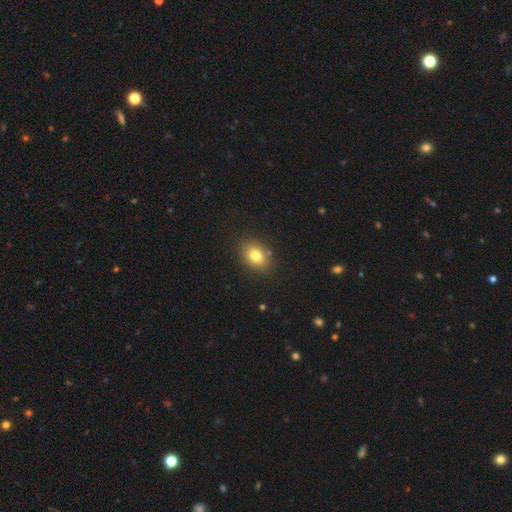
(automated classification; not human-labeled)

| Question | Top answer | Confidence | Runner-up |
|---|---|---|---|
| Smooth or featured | smooth | 79% | star or artifact (11%) |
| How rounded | in between | 62% | round (37%) |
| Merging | none | 85% | minor disturbance (10%) |